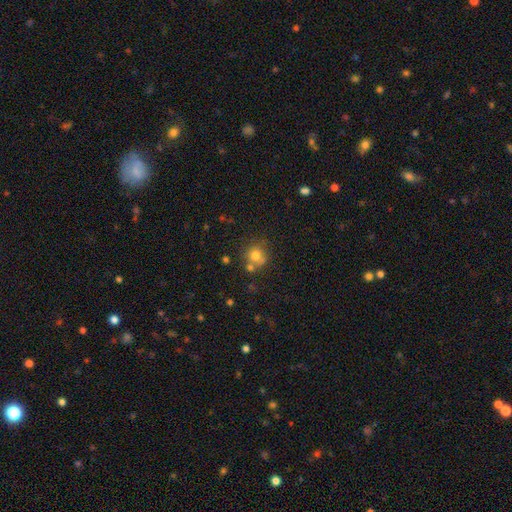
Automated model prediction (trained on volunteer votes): Smooth or featured? smooth (74%)
How rounded? round (86%)
Merging? none (58%)